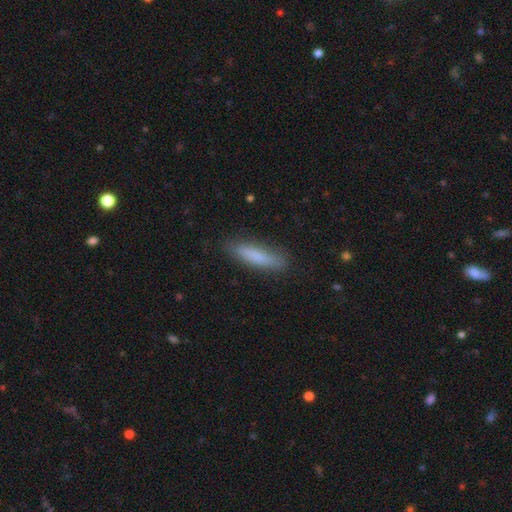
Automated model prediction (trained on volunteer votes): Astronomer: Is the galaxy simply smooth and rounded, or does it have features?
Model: smooth — 80%.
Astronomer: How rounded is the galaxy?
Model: cigar-shaped — 78%.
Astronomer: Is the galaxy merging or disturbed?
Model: none — 85%.